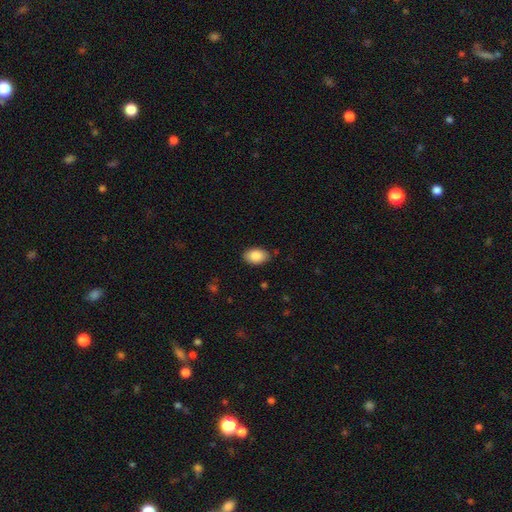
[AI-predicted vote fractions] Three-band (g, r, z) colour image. It shows a smooth galaxy with no disk features (87%) that is in between round and cigar-shaped (89%). Merging: none (85%).